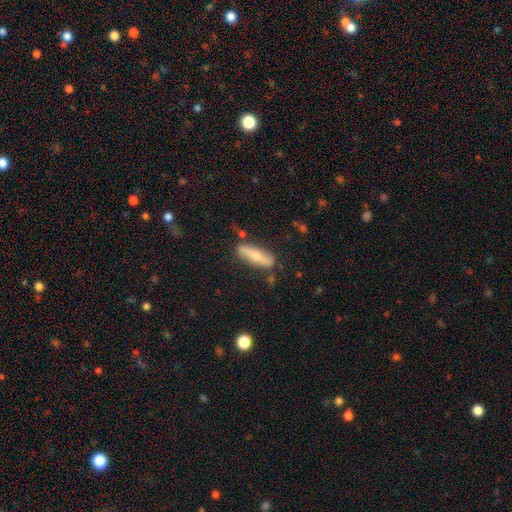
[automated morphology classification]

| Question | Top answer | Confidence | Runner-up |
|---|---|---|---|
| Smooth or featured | smooth | 56% | featured or disk (38%) |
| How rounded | cigar-shaped | 64% | in between (34%) |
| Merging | none | 79% | minor disturbance (15%) |